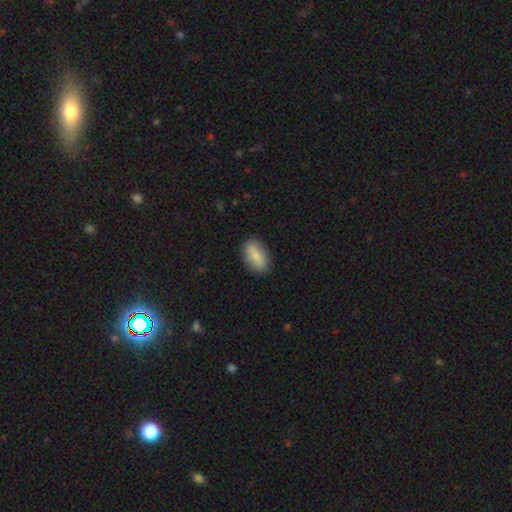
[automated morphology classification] This is likely a smooth galaxy (80%). How rounded: clearly in between (88%). Merging: clearly none (86%).